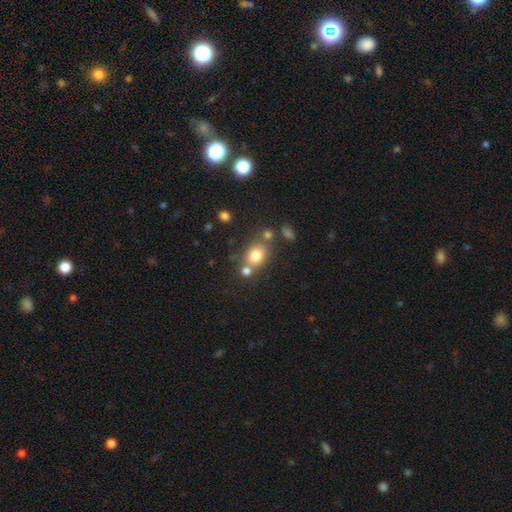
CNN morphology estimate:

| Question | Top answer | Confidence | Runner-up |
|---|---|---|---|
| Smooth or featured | smooth | 77% | star or artifact (12%) |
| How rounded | round | 53% | in between (46%) |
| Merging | none | 57% | merger (26%) |